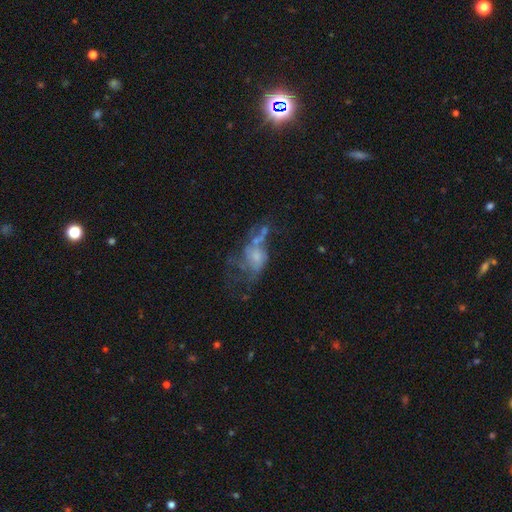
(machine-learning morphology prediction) This is possibly a featured or disk galaxy (58%). It is clearly not viewed edge-on (96%). Bar: clearly no (82%). Spiral arm pattern: likely no (69%). Central bulge: marginally small (39%). Merging: marginally major disturbance (40%).